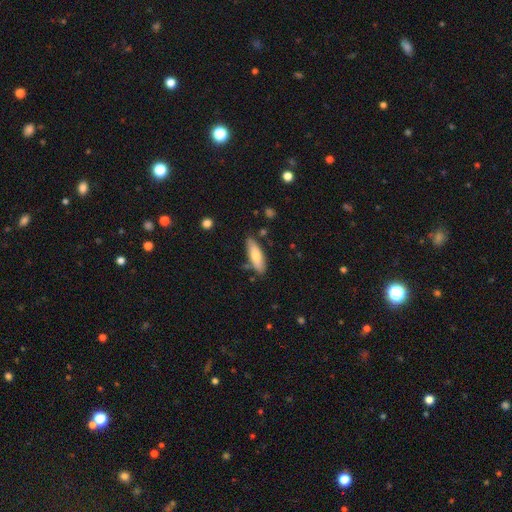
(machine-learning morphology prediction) Smooth or featured? Predicted: smooth (p=0.72). How rounded? Predicted: in between (p=0.54). Merging? Predicted: none (p=0.81).